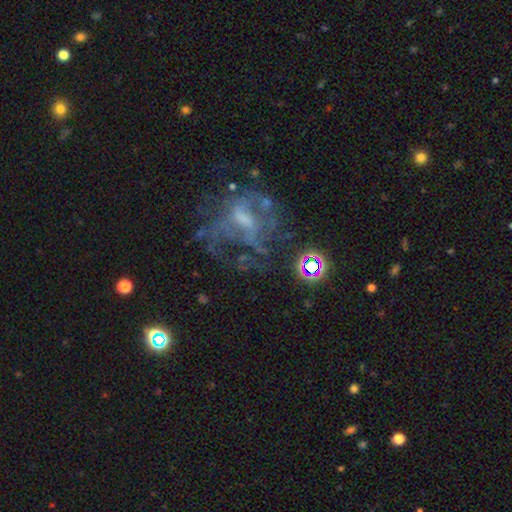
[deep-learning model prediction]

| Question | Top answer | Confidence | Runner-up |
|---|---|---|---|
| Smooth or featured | featured or disk | 50% | star or artifact (35%) |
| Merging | none | 56% | major disturbance (23%) |